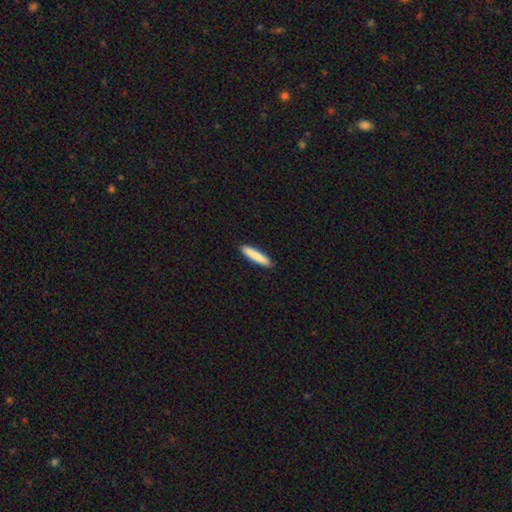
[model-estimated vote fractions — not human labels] Overall: smooth (86%). How rounded: cigar-shaped (88%). Merging: none (91%).